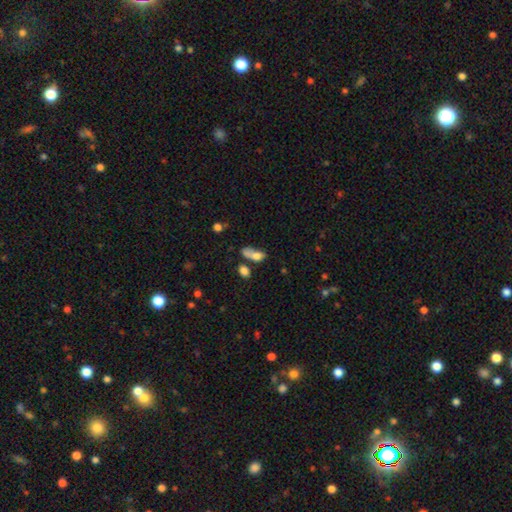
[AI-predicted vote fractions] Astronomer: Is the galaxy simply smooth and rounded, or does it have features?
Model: smooth — 74%.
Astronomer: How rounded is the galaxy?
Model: in between — 76%.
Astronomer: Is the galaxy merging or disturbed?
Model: merger — 34% (runner-up: none, 30%).